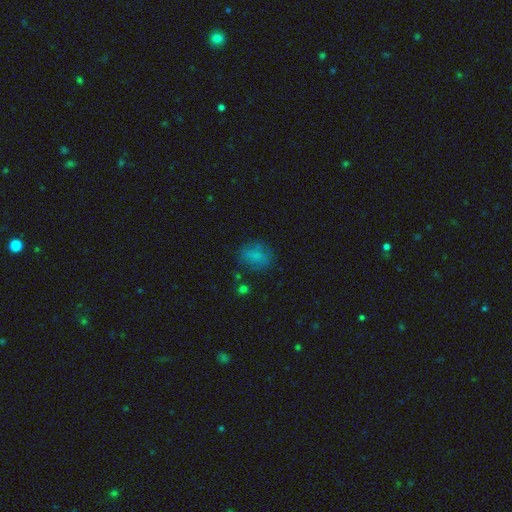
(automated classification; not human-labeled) Q: Smooth or featured?
A: smooth (74%); runner-up: star or artifact (14%)
Q: How rounded?
A: round (54%); runner-up: in between (45%)
Q: Merging?
A: none (69%); runner-up: minor disturbance (19%)